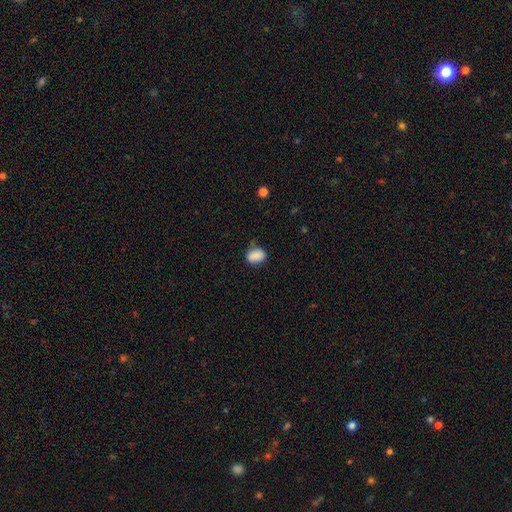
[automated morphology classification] Q: Smooth or featured?
A: smooth (86%); runner-up: star or artifact (8%)
Q: How rounded?
A: in between (63%); runner-up: round (36%)
Q: Merging?
A: none (73%); runner-up: minor disturbance (19%)